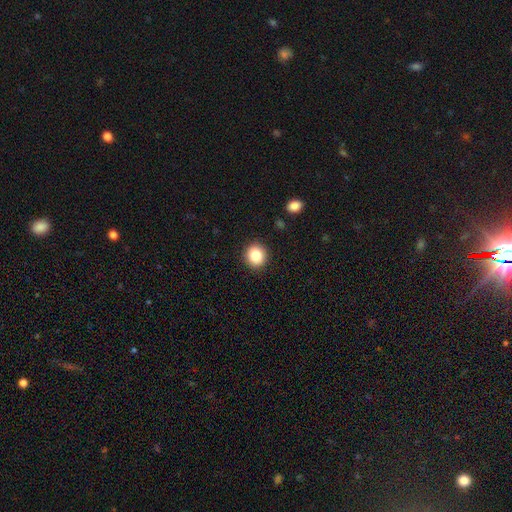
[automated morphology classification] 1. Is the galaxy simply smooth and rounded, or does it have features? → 86% smooth, 9% star or artifact, 5% featured or disk.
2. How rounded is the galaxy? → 83% round, 16% in between, 1% cigar-shaped.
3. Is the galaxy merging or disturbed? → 90% none, 7% minor disturbance, 2% major disturbance, 1% merger.